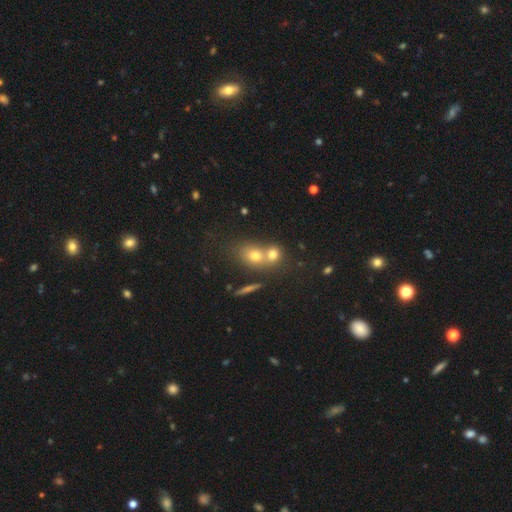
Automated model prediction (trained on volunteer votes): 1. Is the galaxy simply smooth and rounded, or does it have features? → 66% smooth, 19% featured or disk, 15% star or artifact.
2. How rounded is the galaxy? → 55% round, 43% in between, 3% cigar-shaped.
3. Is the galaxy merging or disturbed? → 57% merger, 33% none, 7% minor disturbance, 3% major disturbance.